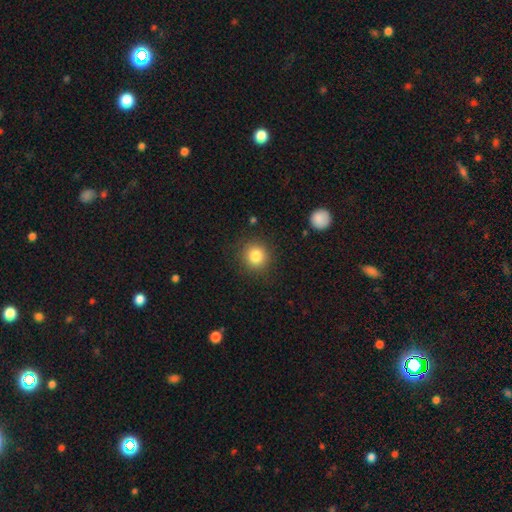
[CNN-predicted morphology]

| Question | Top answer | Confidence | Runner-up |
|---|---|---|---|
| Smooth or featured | smooth | 83% | star or artifact (11%) |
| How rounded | round | 92% | in between (7%) |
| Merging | none | 89% | minor disturbance (7%) |